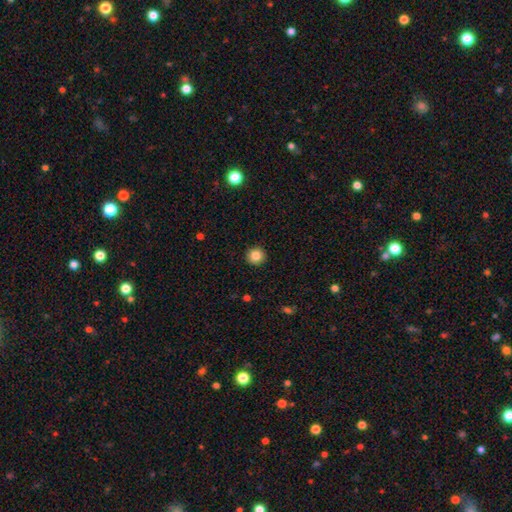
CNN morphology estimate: smooth_or_featured: smooth (p=0.85) [alt: star or artifact p=0.10]
how_rounded: round (p=0.95) [alt: in between p=0.04]
merging: none (p=0.93) [alt: minor disturbance p=0.05]